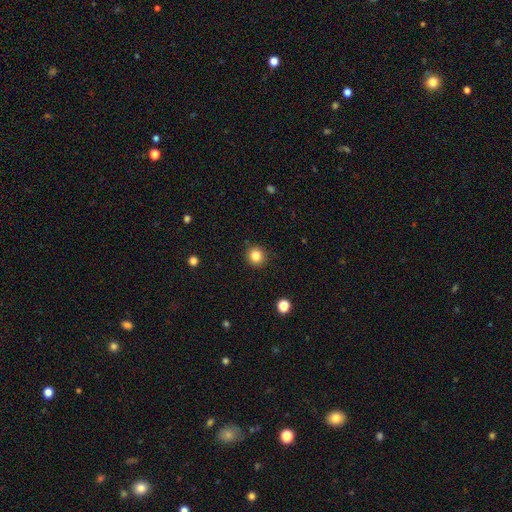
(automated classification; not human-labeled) smooth 84%, star or artifact 11%, featured or disk 5%. Down the decision tree: how rounded — round (93%); merging — none (91%).